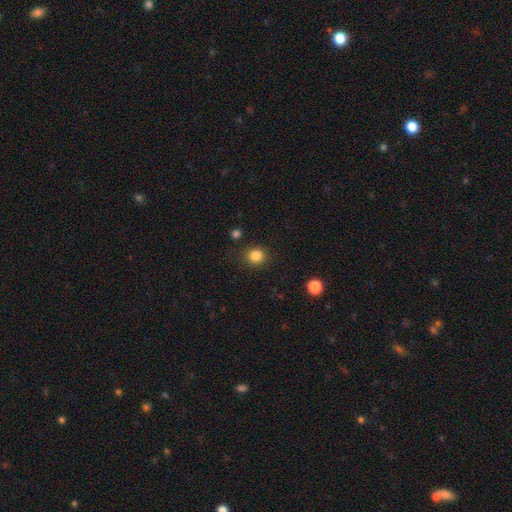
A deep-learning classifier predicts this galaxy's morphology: A smooth galaxy with no disk features (84%) that is round (85%). Merging: none (87%).